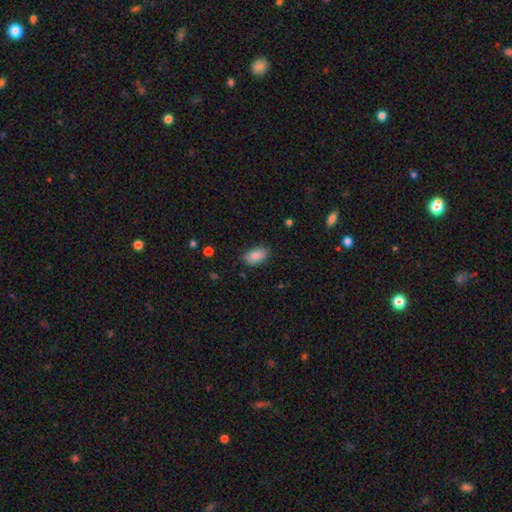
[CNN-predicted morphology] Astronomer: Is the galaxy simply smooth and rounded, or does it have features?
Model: smooth — 87%.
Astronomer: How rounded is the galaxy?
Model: in between — 93%.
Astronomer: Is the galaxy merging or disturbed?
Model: none — 83%.